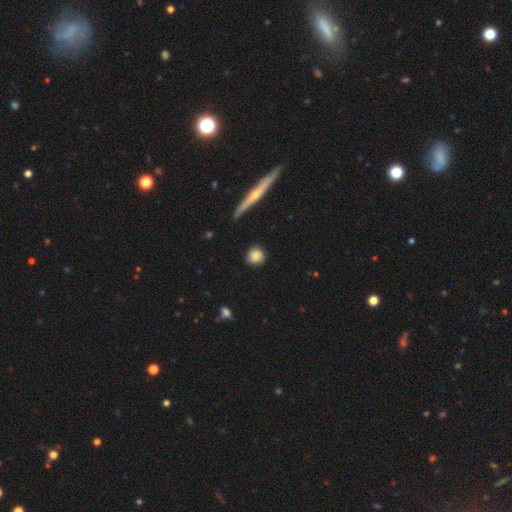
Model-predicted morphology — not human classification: A smooth galaxy with no disk features (79%) that is round (87%). Merging: none (82%).